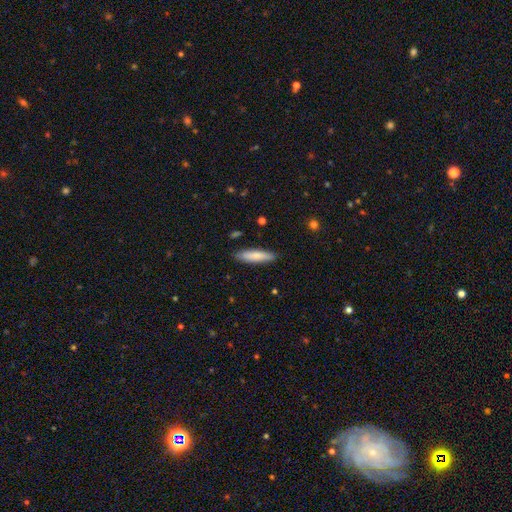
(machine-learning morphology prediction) type=smooth (81%); roundness=cigar-shaped (76%); merging=none (88%).